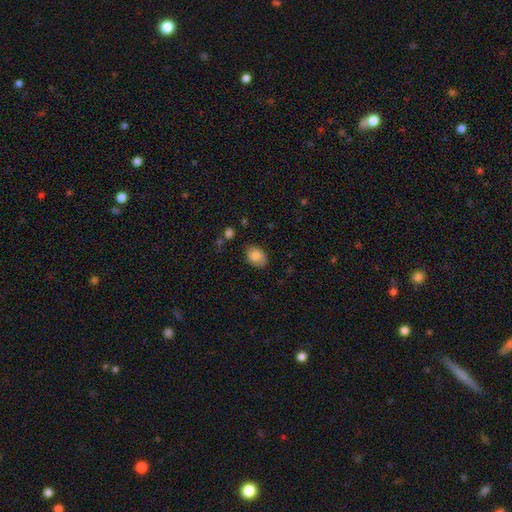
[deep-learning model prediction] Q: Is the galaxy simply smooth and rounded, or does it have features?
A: smooth — 80%.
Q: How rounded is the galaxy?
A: in between — 76%.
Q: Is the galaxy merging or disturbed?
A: none — 79%.